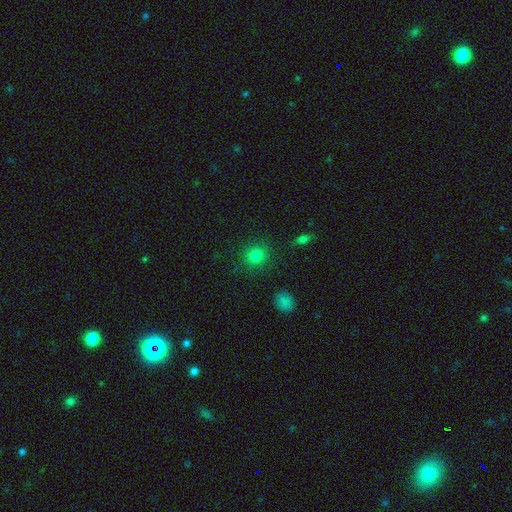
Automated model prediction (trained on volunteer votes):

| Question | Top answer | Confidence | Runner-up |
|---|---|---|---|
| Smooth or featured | smooth | 81% | star or artifact (13%) |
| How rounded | round | 88% | in between (11%) |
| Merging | none | 88% | minor disturbance (7%) |